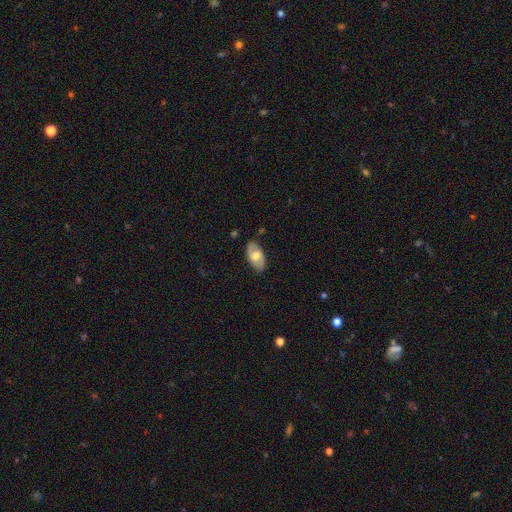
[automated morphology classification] A smooth galaxy with no disk features (50%). Merging: none (82%).